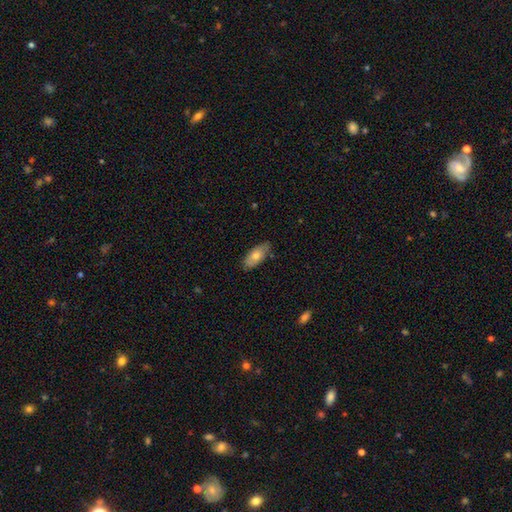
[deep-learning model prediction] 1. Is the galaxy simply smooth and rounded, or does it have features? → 69% smooth, 25% featured or disk, 6% star or artifact.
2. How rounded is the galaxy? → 84% in between, 13% cigar-shaped, 3% round.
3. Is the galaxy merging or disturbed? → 83% none, 14% minor disturbance, 2% major disturbance, 1% merger.